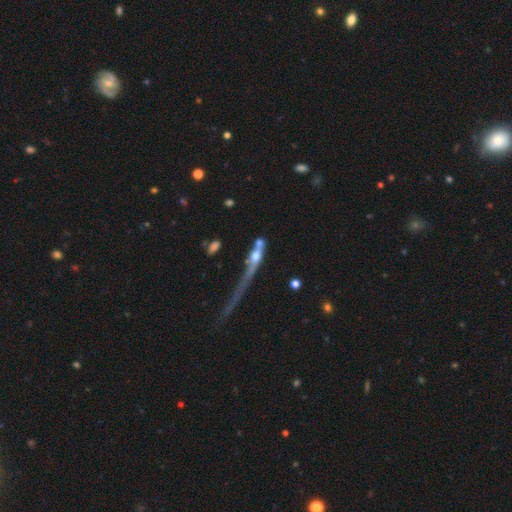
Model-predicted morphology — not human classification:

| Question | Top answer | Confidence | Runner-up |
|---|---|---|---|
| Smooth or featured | featured or disk | 50% | smooth (39%) |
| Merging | major disturbance | 34% | merger (29%) |